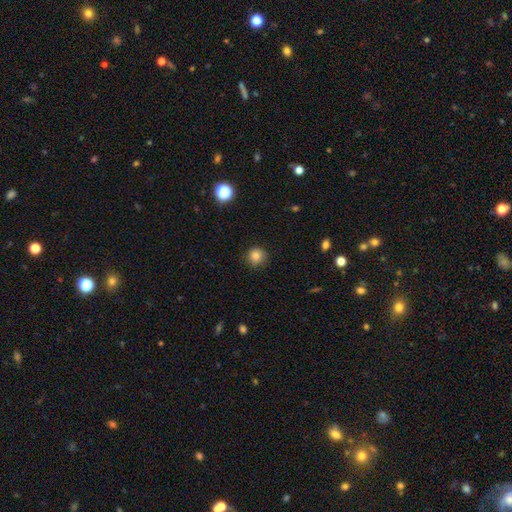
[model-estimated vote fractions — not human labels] smooth 83%, star or artifact 12%, featured or disk 5%. Down the decision tree: how rounded — round (94%); merging — none (89%).